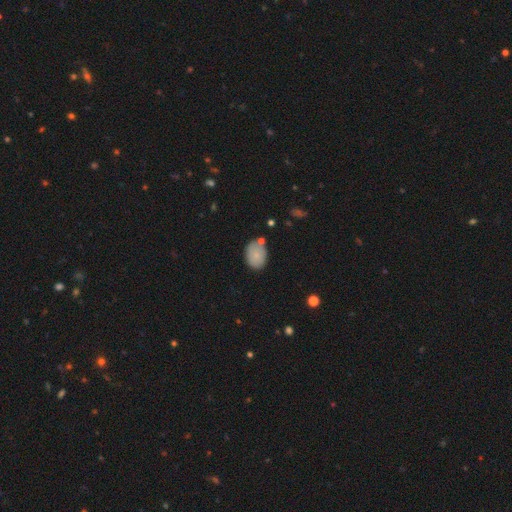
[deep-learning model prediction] A smooth galaxy with no disk features (83%) that is in between round and cigar-shaped (78%).

Vote fractions:
- Smooth or featured? smooth: 83% / featured or disk: 10% / star or artifact: 8%
- How rounded? in between: 78% / round: 21% / cigar-shaped: 1%
- Merging? none: 72% / minor disturbance: 18% / merger: 7% / major disturbance: 4%